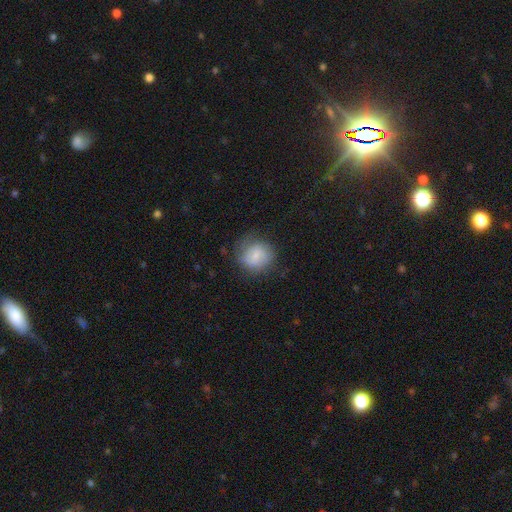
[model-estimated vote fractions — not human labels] Smooth or featured: smooth — 68% (featured or disk — 24%)
How rounded: round — 84% (in between — 15%)
Merging: none — 69% (minor disturbance — 20%)